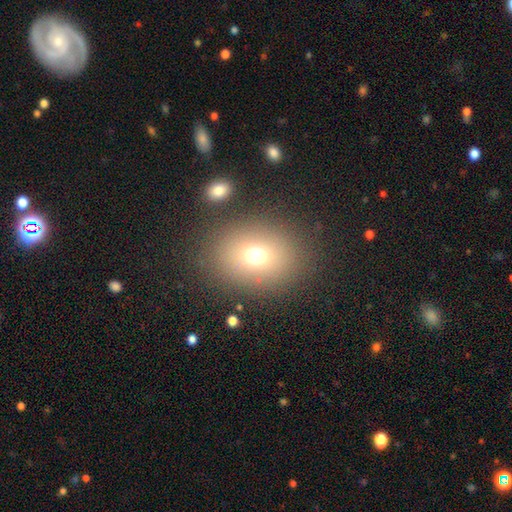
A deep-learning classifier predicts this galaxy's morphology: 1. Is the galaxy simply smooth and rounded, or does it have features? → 71% smooth, 16% star or artifact, 13% featured or disk.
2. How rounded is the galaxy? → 51% in between, 48% round, 1% cigar-shaped.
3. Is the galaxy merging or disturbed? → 81% none, 9% minor disturbance, 5% major disturbance, 5% merger.